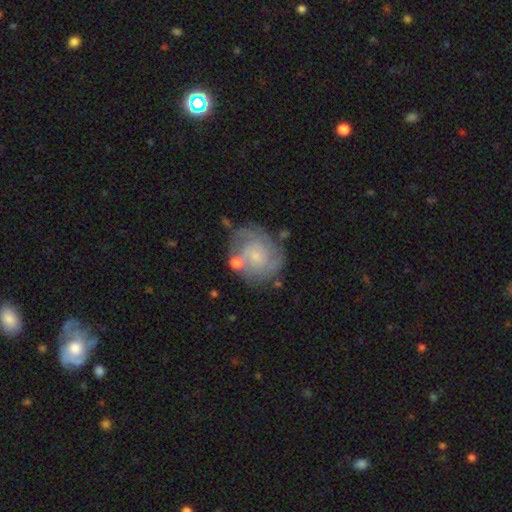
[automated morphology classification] A featured or disk galaxy (75%) with no bar (73%), tight (61%) spiral arms (91%) and a small central bulge (73%). Merging: none (65%).